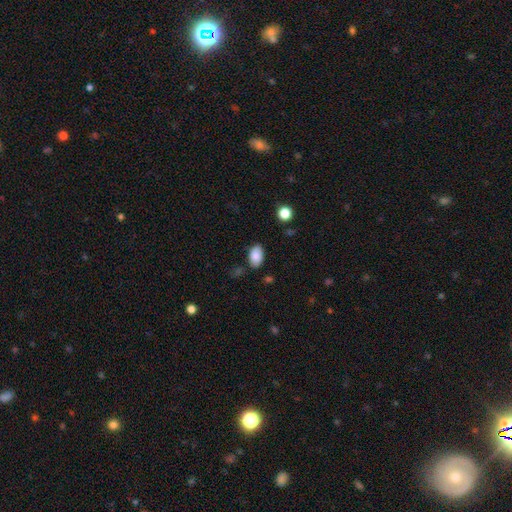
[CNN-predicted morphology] A smooth galaxy with no disk features (87%) that is in between round and cigar-shaped (92%). Merging: none (80%).